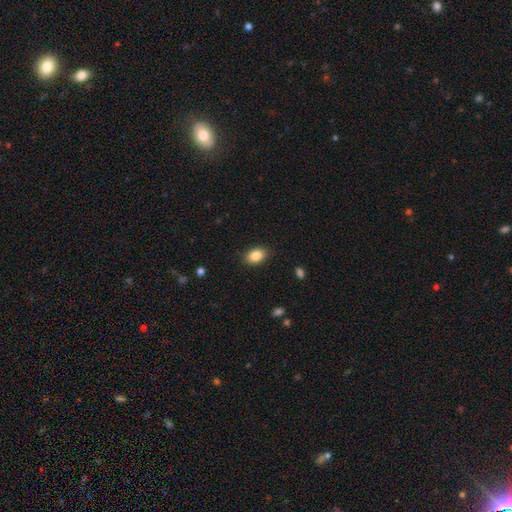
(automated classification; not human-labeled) The model was most divided on "how rounded": in between: 85%, round: 14%, cigar-shaped: 1%. More confident: merging — none (87%); smooth or featured — smooth (86%).